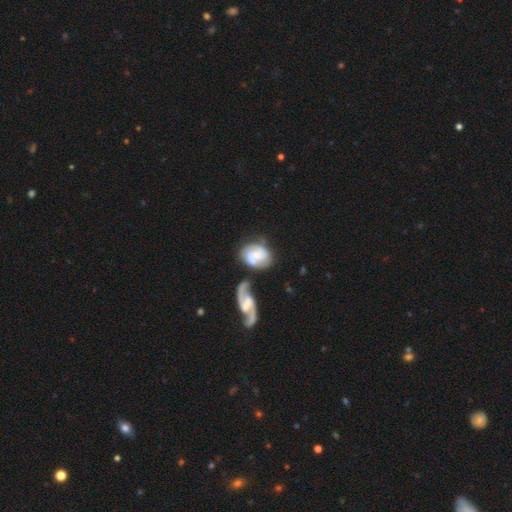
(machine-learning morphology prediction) featured or disk 63%, smooth 30%, star or artifact 7%. Down the decision tree: edge-on disk — no (97%); bar — no (52%); spiral arms — yes (85%); spiral arm count — 2 (72%); spiral winding — medium (44%); bulge size — small (42%); merging — merger (36%, tied with none).